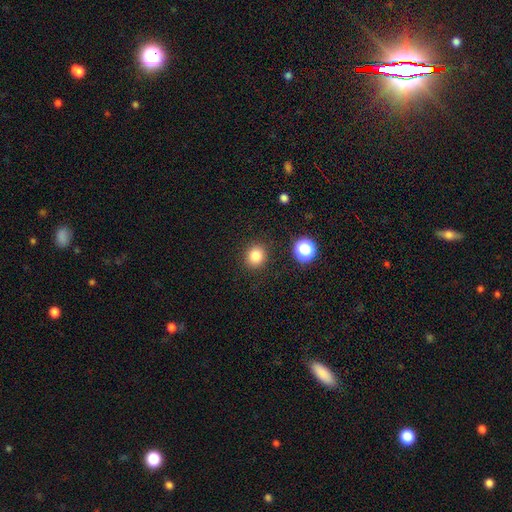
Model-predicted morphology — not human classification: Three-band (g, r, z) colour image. It shows a smooth galaxy with no disk features (82%) that is round (82%). Merging: none (89%).